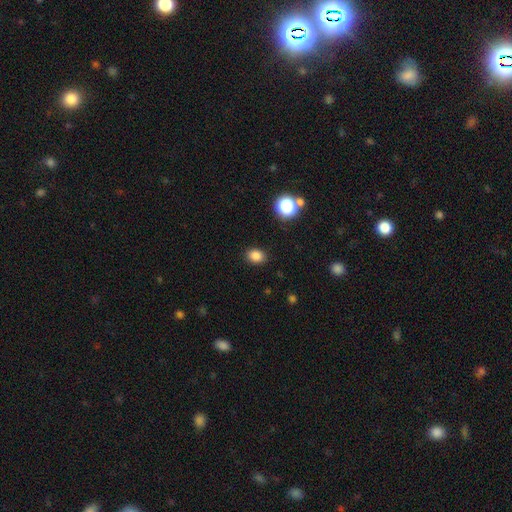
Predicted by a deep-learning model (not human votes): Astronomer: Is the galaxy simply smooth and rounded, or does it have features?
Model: smooth — 83%.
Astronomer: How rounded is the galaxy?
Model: in between — 61% (runner-up: round, 38%).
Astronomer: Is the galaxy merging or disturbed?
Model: none — 89%.